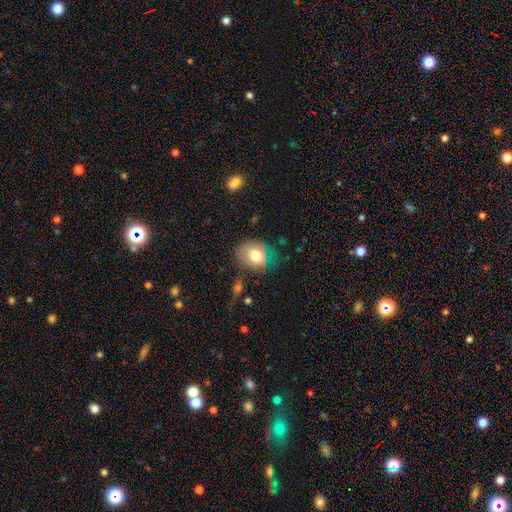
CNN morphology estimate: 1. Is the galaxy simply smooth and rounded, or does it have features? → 74% smooth, 17% featured or disk, 9% star or artifact.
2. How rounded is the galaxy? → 55% round, 44% in between, 1% cigar-shaped.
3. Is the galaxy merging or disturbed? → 66% none, 23% minor disturbance, 9% major disturbance, 3% merger.